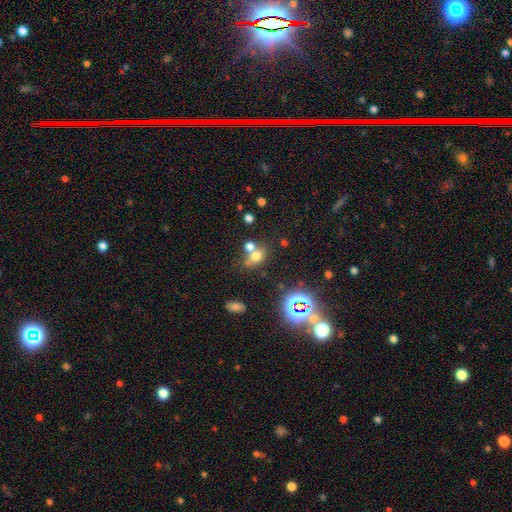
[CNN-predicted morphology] smooth-or-featured: smooth: 64% | star or artifact: 22% | featured or disk: 14%
  how-rounded: in between: 55% | round: 43% | cigar-shaped: 2%
  merging: none: 43% | merger: 41% | minor disturbance: 11% | major disturbance: 5%